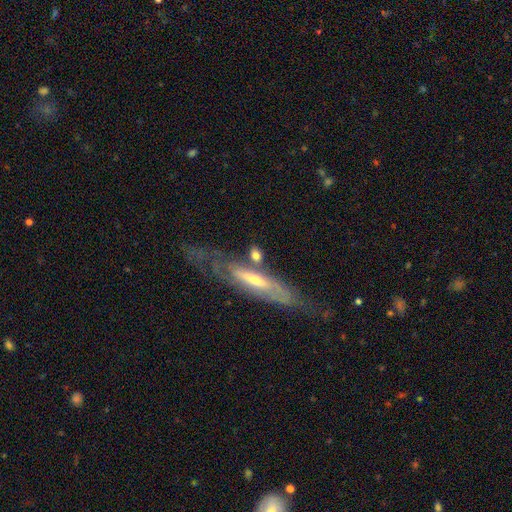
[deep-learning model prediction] This is possibly a smooth galaxy (47%). Merging: possibly none (60%).